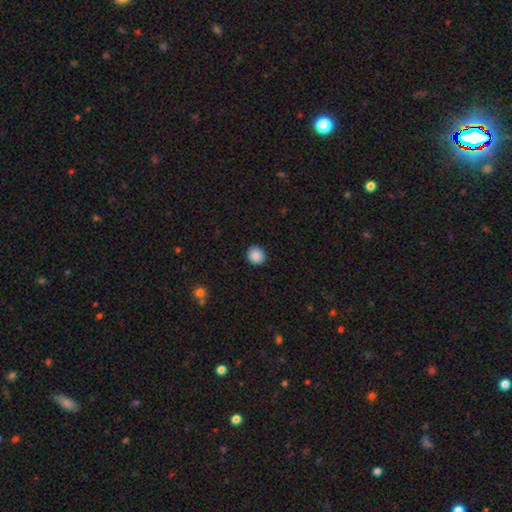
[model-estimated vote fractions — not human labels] Q: Smooth or featured?
A: smooth (88%); runner-up: star or artifact (9%)
Q: How rounded?
A: round (82%); runner-up: in between (17%)
Q: Merging?
A: none (92%); runner-up: minor disturbance (6%)